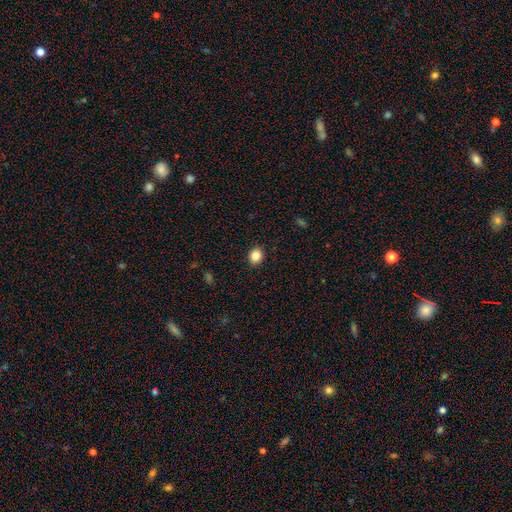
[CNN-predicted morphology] A smooth galaxy with no disk features (85%) that is round (71%). Merging: none (91%).